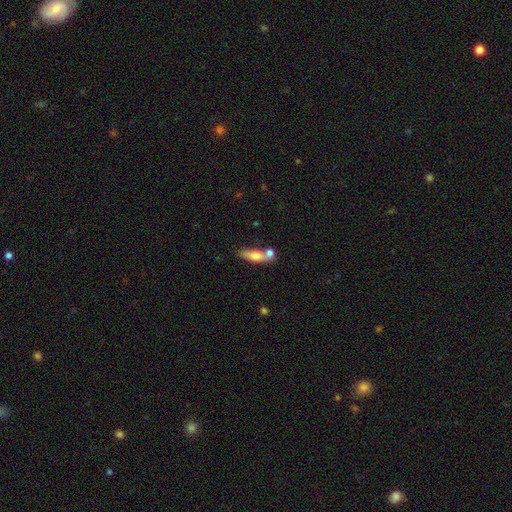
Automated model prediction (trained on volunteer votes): smooth-or-featured: smooth: 65% | featured or disk: 28% | star or artifact: 7%
  how-rounded: cigar-shaped: 55% | in between: 41% | round: 4%
  merging: none: 47% | merger: 34% | minor disturbance: 14% | major disturbance: 5%